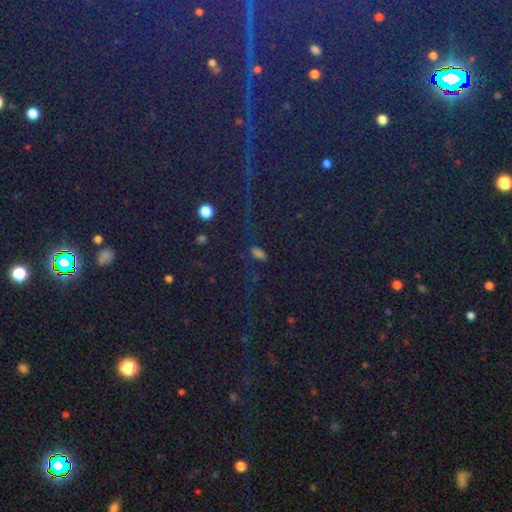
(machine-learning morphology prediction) This is clearly a star or artifact rather than a galaxy (84%).